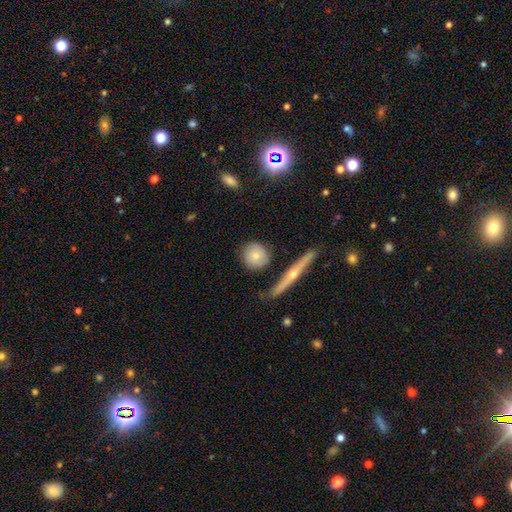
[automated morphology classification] This appears to be a smooth galaxy with no disk features (71%) that is round (83%). Merging: none (81%).